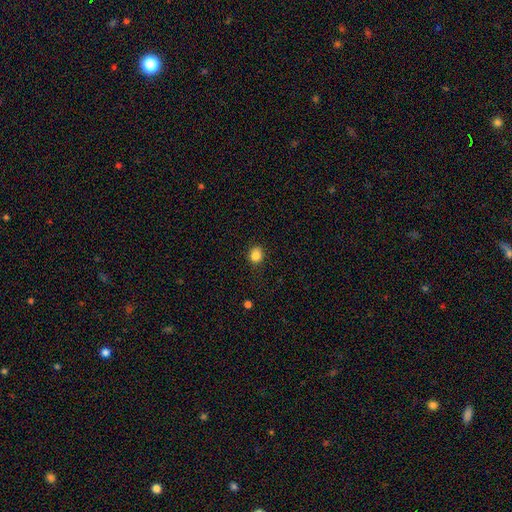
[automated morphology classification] Q: Smooth or featured?
A: smooth (84%); runner-up: star or artifact (11%)
Q: How rounded?
A: round (74%); runner-up: in between (25%)
Q: Merging?
A: none (82%); runner-up: minor disturbance (14%)